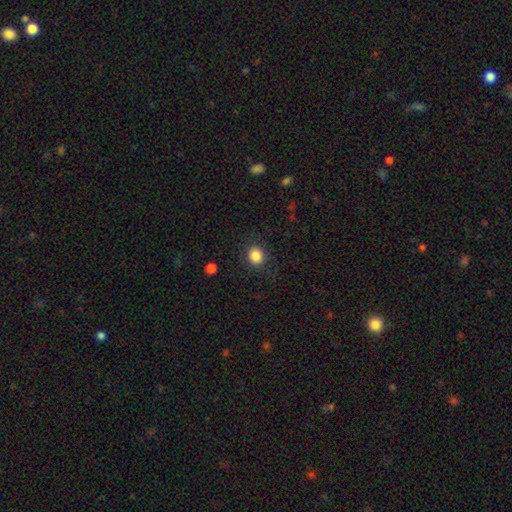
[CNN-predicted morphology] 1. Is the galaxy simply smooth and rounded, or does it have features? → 86% smooth, 10% star or artifact, 4% featured or disk.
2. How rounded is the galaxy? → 84% round, 15% in between, 1% cigar-shaped.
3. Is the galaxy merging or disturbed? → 88% none, 8% minor disturbance, 3% major disturbance, 1% merger.